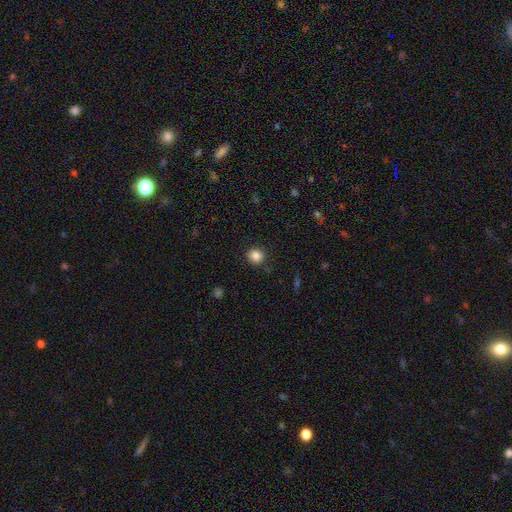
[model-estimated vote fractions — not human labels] Morphology: type=smooth (86%); roundness=round (89%); merging=none (90%).